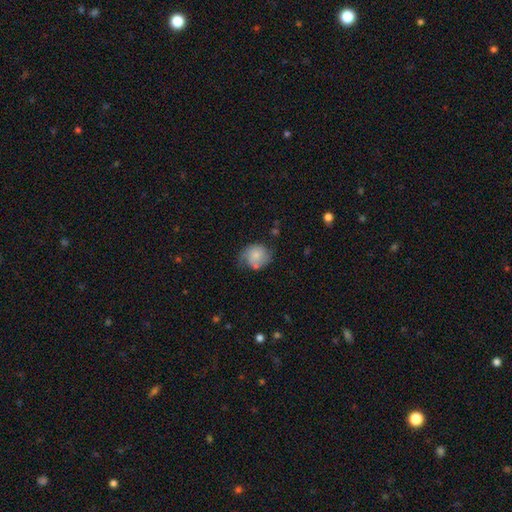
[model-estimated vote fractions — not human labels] This appears to be a smooth galaxy with no disk features (59%) that is round (68%). Merging: none (48%).